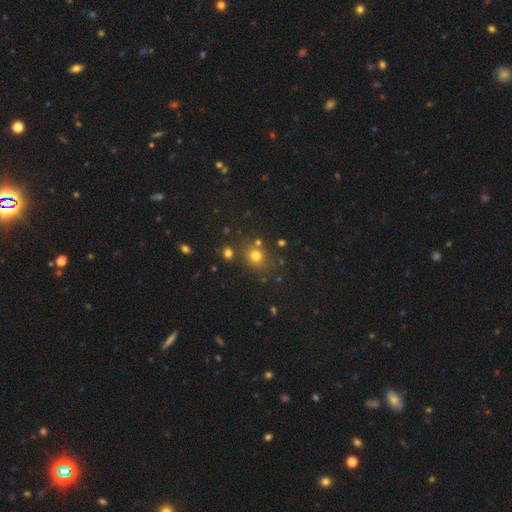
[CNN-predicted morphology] Q: Smooth or featured?
A: smooth (73%); runner-up: star or artifact (19%)
Q: How rounded?
A: round (80%); runner-up: in between (19%)
Q: Merging?
A: none (73%); runner-up: minor disturbance (11%)